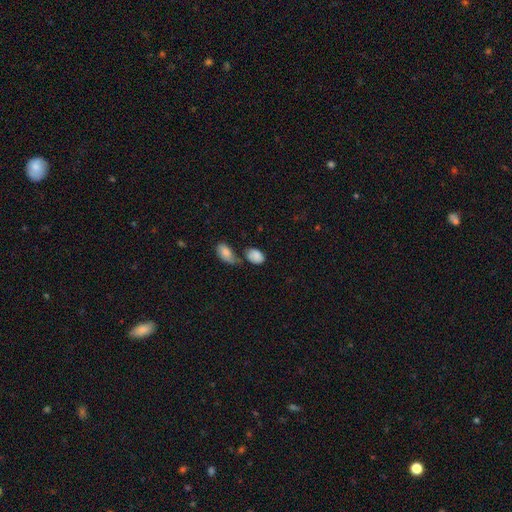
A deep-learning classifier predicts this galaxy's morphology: Smooth or featured?
  - smooth: 83% *
  - featured or disk: 9%
  - star or artifact: 8%
How rounded?
  - in between: 84% *
  - round: 14%
  - cigar-shaped: 2%
Merging?
  - none: 41% *
  - merger: 28%
  - minor disturbance: 22%
  - major disturbance: 9%